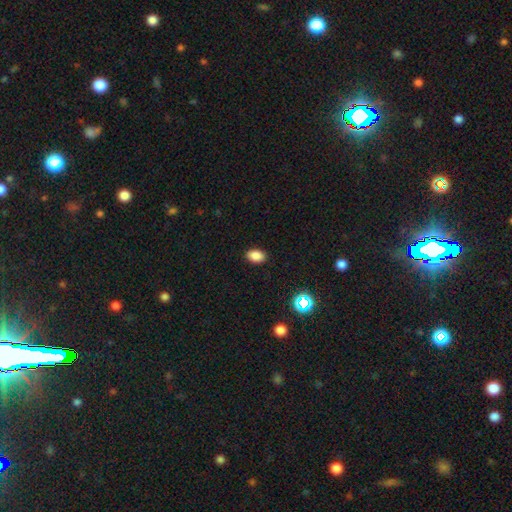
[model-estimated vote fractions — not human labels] A smooth galaxy with no disk features (84%) that is in between round and cigar-shaped (86%).

Vote fractions:
- Smooth or featured? smooth: 84% / star or artifact: 12% / featured or disk: 5%
- How rounded? in between: 86% / round: 12% / cigar-shaped: 1%
- Merging? none: 89% / minor disturbance: 8% / major disturbance: 2% / merger: 1%